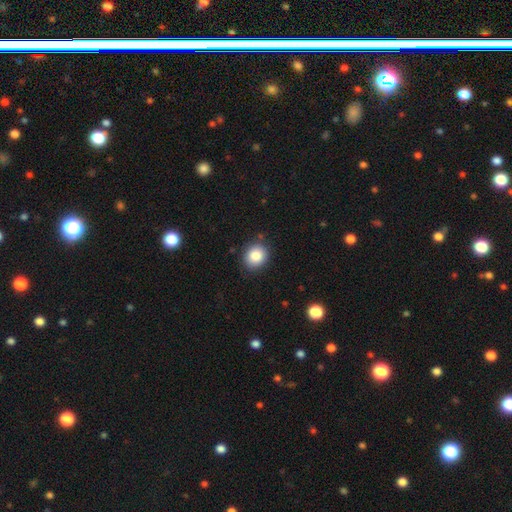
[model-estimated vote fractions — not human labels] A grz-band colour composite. It shows a smooth galaxy with no disk features (84%) that is round (69%). Merging: none (86%).